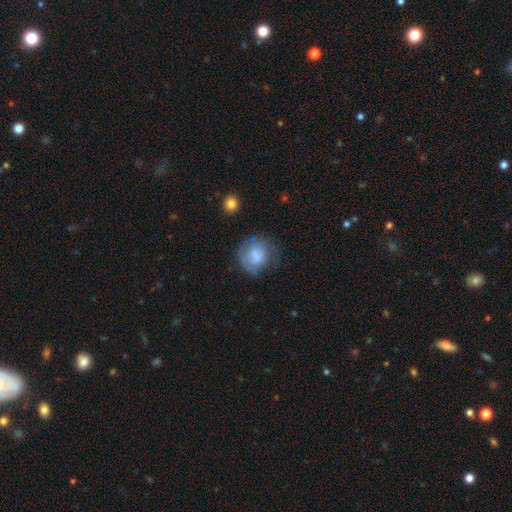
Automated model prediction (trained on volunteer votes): Smooth or featured? Predicted: smooth (p=0.59). How rounded? Predicted: round (p=0.75). Merging? Predicted: none (p=0.52).